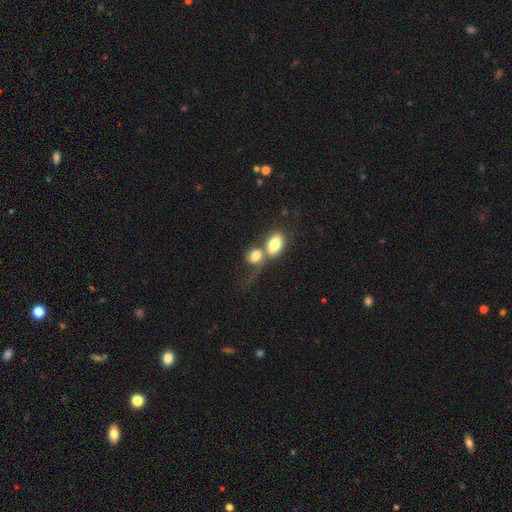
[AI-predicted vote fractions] Smooth or featured? Predicted: smooth (p=0.73). How rounded? Predicted: in between (p=0.70). Merging? Predicted: merger (p=0.63).